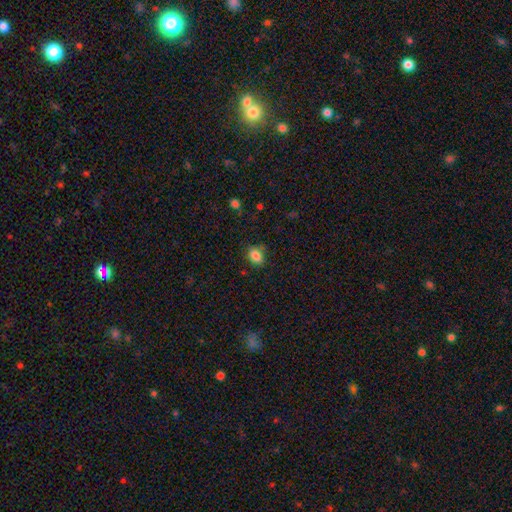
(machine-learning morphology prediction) Smooth or featured? smooth (84%)
How rounded? in between (60%)
Merging? none (77%)